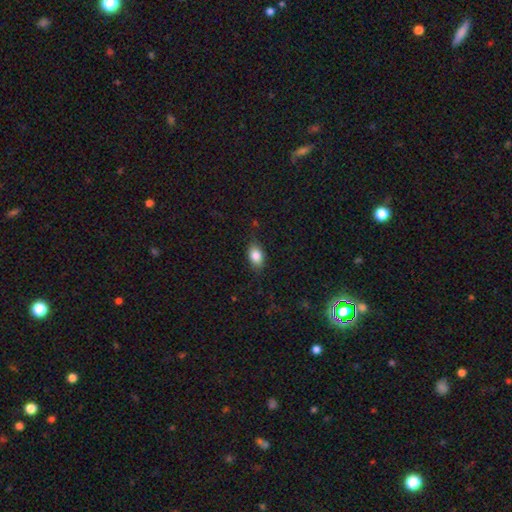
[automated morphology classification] smooth-or-featured: smooth: 83% | featured or disk: 9% | star or artifact: 8%
  how-rounded: in between: 85% | round: 12% | cigar-shaped: 3%
  merging: none: 80% | minor disturbance: 15% | major disturbance: 4% | merger: 1%